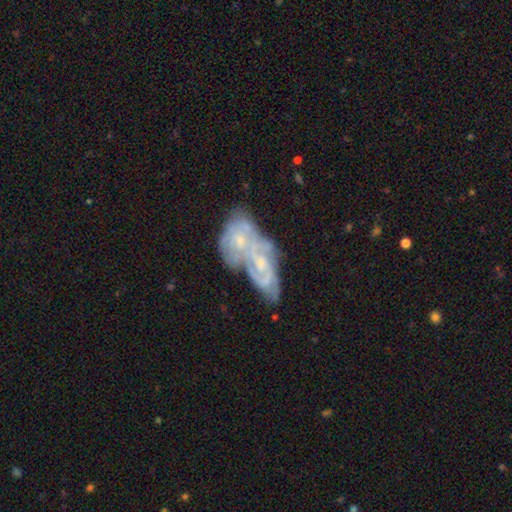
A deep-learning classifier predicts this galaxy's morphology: A featured or disk galaxy (67%) with no bar (77%), no spiral arms (52%) and a small central bulge (58%). Merging: merger (56%).